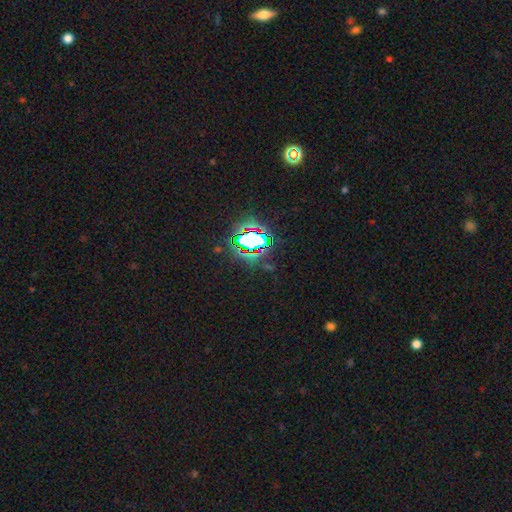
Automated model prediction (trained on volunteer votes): Overall: star or artifact (82%).